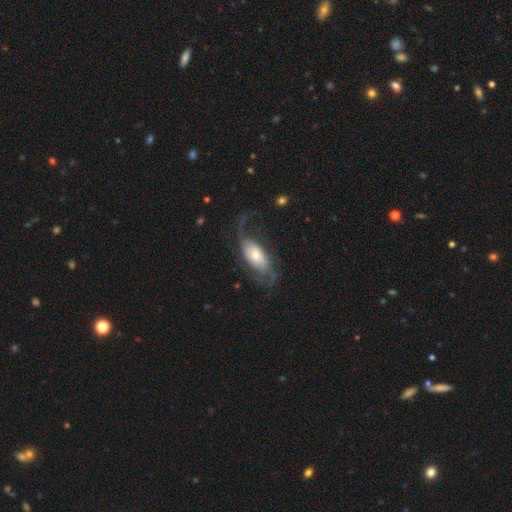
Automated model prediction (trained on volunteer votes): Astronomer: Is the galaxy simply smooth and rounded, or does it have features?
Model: featured or disk — 62%.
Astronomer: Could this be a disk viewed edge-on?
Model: no — 90%.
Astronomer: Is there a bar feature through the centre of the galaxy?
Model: no — 69%.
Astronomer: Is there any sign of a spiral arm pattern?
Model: yes — 83%.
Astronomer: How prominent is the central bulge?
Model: moderate — 44% (runner-up: small, 35%).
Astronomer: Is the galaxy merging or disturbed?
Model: none — 47% (runner-up: major disturbance, 31%).